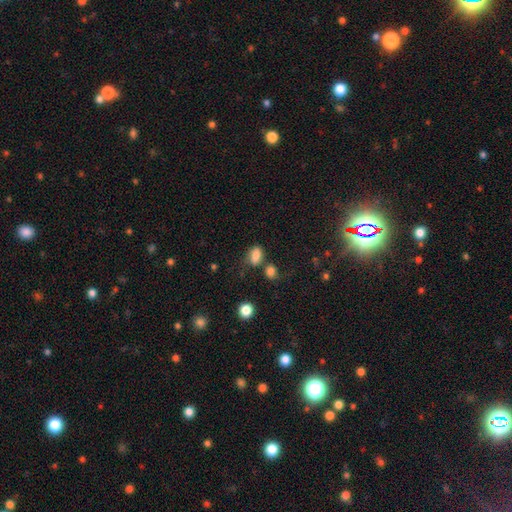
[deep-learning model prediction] This is likely a smooth galaxy (80%). How rounded: clearly in between (81%). Merging: possibly none (50%).